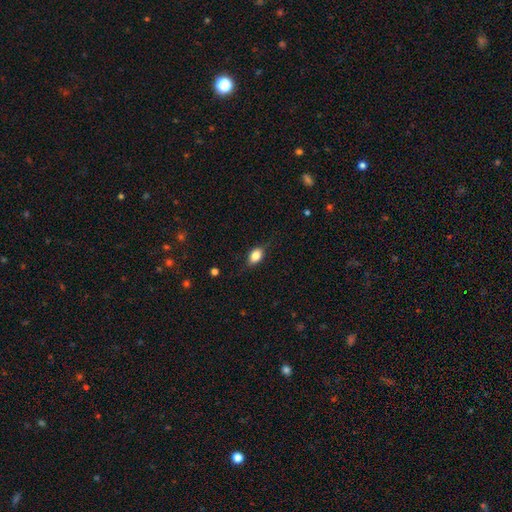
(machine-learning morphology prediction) A smooth galaxy with no disk features (80%) that is in between round and cigar-shaped (77%). Merging: none (75%).